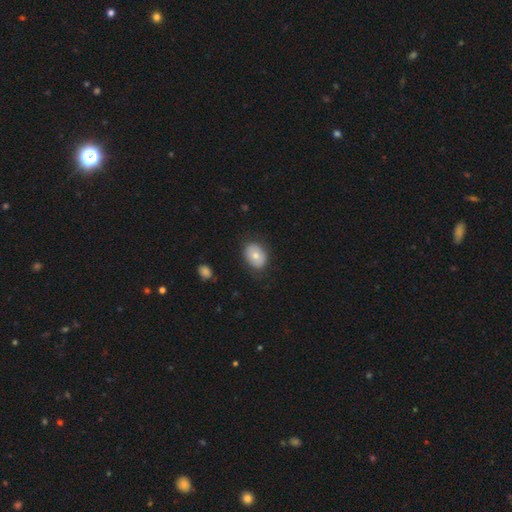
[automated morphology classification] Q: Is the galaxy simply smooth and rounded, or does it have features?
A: smooth — 73%.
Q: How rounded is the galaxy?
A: in between — 71%.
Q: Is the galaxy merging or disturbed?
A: none — 81%.